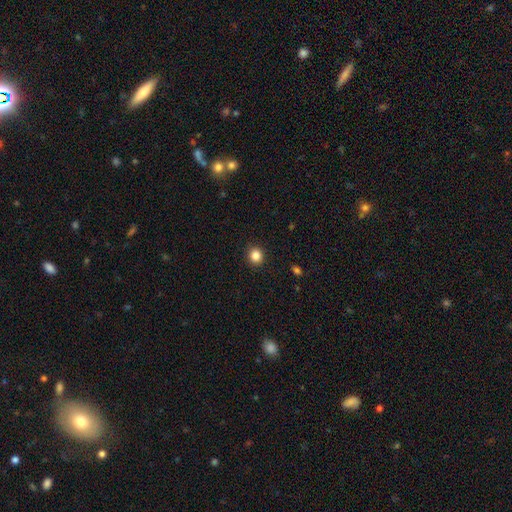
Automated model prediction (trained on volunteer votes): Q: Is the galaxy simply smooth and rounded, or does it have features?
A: smooth — 85%.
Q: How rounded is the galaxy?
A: round — 86%.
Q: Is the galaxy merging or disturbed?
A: none — 92%.